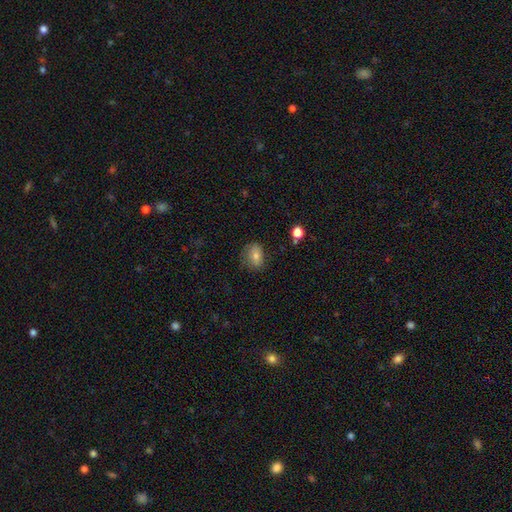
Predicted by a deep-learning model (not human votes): A smooth galaxy with no disk features (73%) that is in between round and cigar-shaped (70%).

Vote fractions:
- Smooth or featured? smooth: 73% / featured or disk: 16% / star or artifact: 11%
- How rounded? in between: 70% / round: 28% / cigar-shaped: 2%
- Merging? none: 74% / minor disturbance: 19% / major disturbance: 5% / merger: 2%